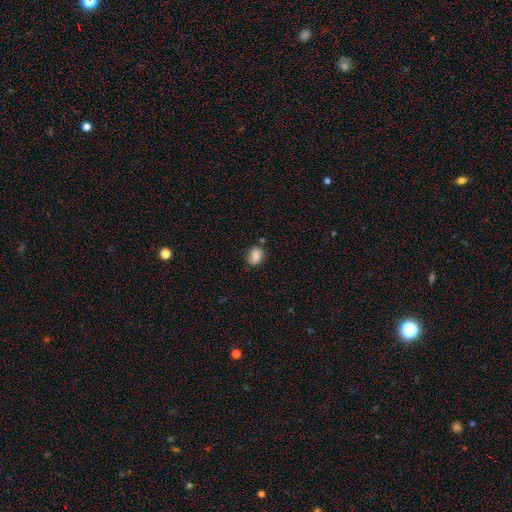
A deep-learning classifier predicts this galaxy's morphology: smooth-or-featured: smooth: 85% | star or artifact: 9% | featured or disk: 6%
  how-rounded: in between: 64% | round: 35% | cigar-shaped: 1%
  merging: none: 69% | minor disturbance: 22% | major disturbance: 5% | merger: 4%